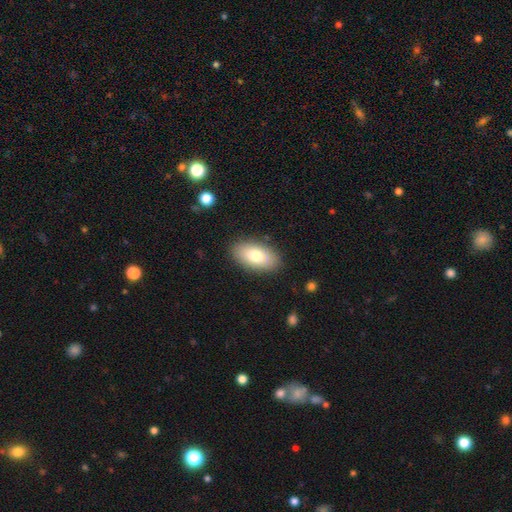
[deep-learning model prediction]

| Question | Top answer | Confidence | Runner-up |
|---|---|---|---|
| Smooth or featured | smooth | 76% | featured or disk (17%) |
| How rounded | in between | 93% | round (4%) |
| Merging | none | 86% | minor disturbance (10%) |